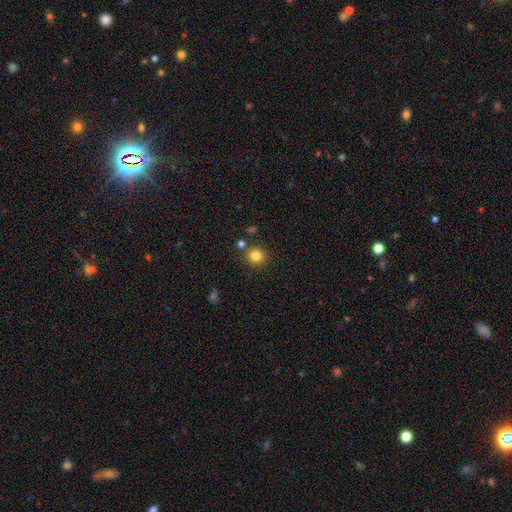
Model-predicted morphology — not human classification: type=smooth (82%); roundness=round (91%); merging=none (84%).